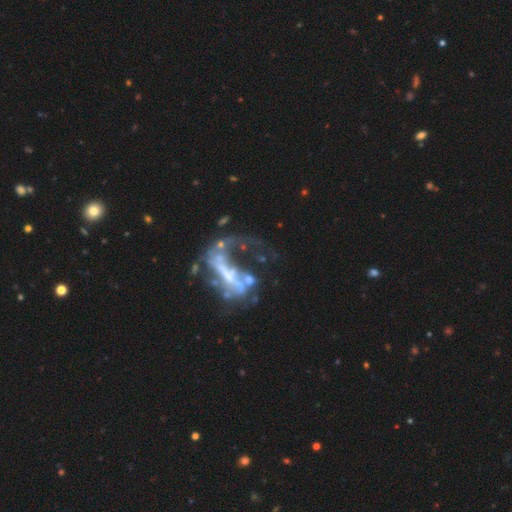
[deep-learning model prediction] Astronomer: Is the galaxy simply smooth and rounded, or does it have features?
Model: featured or disk — 71%.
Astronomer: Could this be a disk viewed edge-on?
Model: no — 89%.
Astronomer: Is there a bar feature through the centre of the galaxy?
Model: no — 37% (runner-up: strong, 34%).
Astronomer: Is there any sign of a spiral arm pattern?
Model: yes — 61% (runner-up: no, 39%).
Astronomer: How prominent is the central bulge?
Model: small — 45% (runner-up: none, 27%).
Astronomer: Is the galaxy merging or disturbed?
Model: major disturbance — 48% (runner-up: none, 25%).